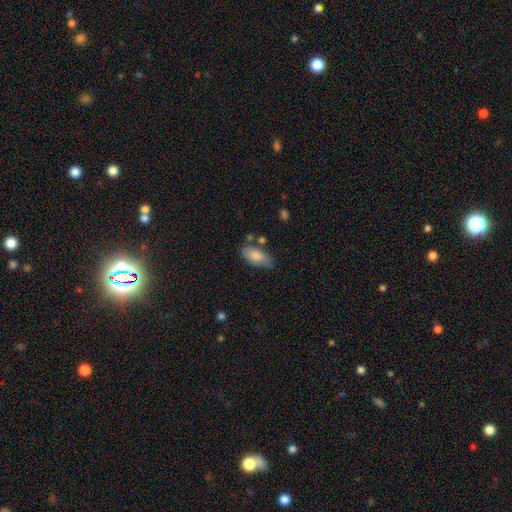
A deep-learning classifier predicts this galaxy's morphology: A smooth galaxy with no disk features (81%) that is in between round and cigar-shaped (89%).

Vote fractions:
- Smooth or featured? smooth: 81% / featured or disk: 12% / star or artifact: 6%
- How rounded? in between: 89% / cigar-shaped: 9% / round: 2%
- Merging? none: 65% / minor disturbance: 23% / merger: 7% / major disturbance: 6%